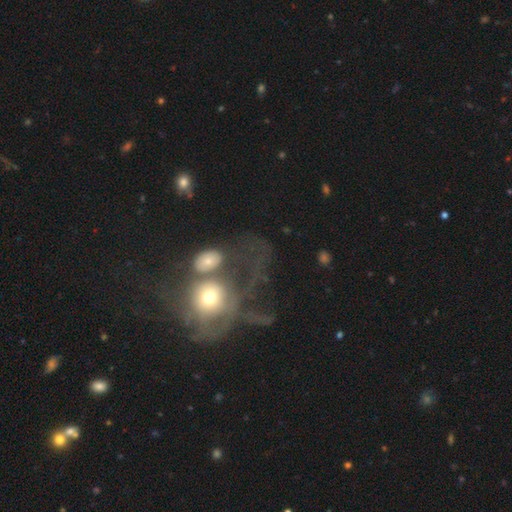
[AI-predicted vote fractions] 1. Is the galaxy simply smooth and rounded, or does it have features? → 46% featured or disk, 37% smooth, 17% star or artifact.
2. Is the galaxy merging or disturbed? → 60% merger, 20% major disturbance, 13% none, 7% minor disturbance.